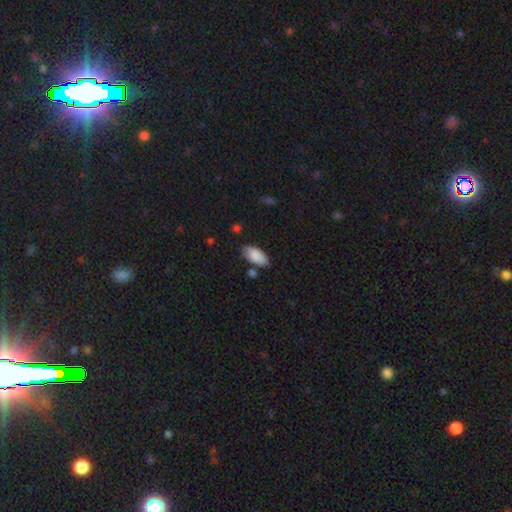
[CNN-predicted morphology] type=smooth (88%); roundness=in between (93%); merging=none (76%).